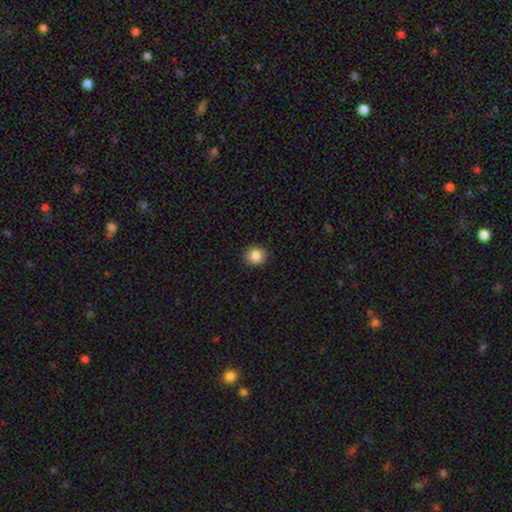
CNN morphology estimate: A smooth galaxy with no disk features (86%) that is round (86%).

Vote fractions:
- Smooth or featured? smooth: 86% / star or artifact: 9% / featured or disk: 5%
- How rounded? round: 86% / in between: 13% / cigar-shaped: 1%
- Merging? none: 91% / minor disturbance: 6% / major disturbance: 2% / merger: 1%